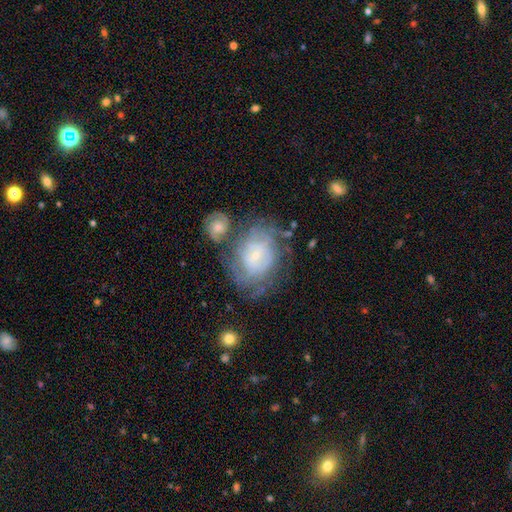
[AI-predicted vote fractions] Smooth or featured?
  - featured or disk: 73% *
  - smooth: 19%
  - star or artifact: 8%
Edge-on disk?
  - no: 97% *
  - yes: 3%
Bar?
  - no: 68% *
  - weak: 27%
  - strong: 5%
Spiral arms?
  - yes: 84% *
  - no: 16%
Spiral winding?
  - tight: 67% *
  - medium: 24%
  - loose: 8%
Spiral arm count?
  - can't tell: 56% *
  - 2: 12%
  - 4: 10%
  - 3: 10%
  - more than 4: 7%
  - 1: 4%
Bulge size?
  - small: 79% *
  - moderate: 16%
  - none: 3%
  - large: 2%
  - dominant: 1%
Merging?
  - none: 50% *
  - minor disturbance: 19%
  - merger: 19%
  - major disturbance: 13%